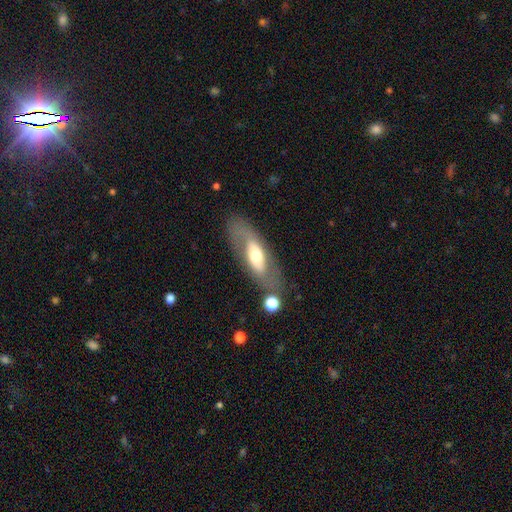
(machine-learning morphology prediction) featured or disk 53%, smooth 40%, star or artifact 7%. Down the decision tree: edge-on disk — no (74%); merging — none (71%).